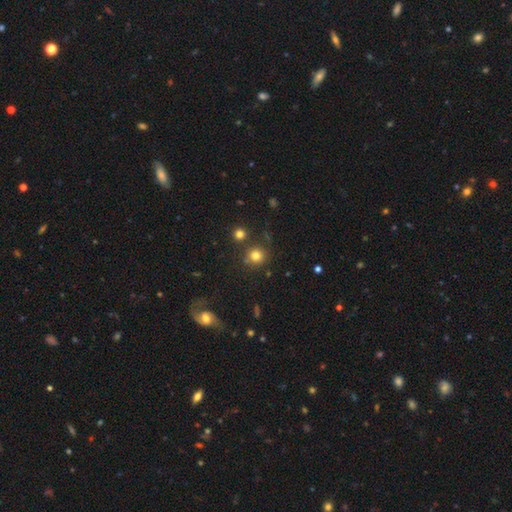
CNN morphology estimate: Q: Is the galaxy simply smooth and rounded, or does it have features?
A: smooth — 77%.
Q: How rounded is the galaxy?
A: round — 91%.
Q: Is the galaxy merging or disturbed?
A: none — 79%.